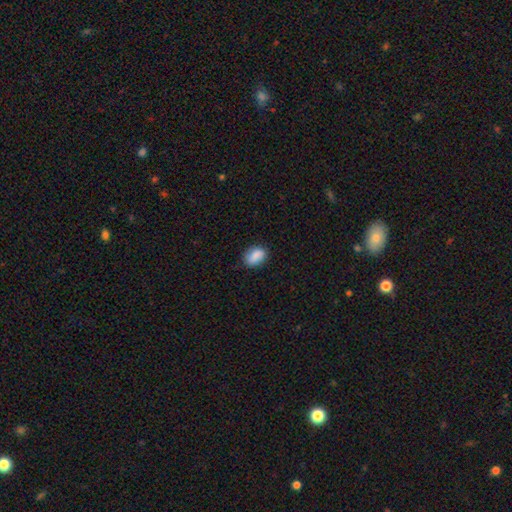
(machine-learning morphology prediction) The model was most divided on "how rounded": in between: 82%, round: 16%, cigar-shaped: 2%. More confident: smooth or featured — smooth (87%); merging — none (81%).